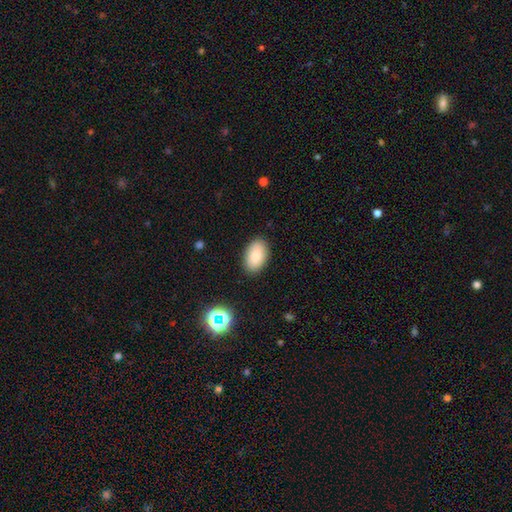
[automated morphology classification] Q: Smooth or featured?
A: smooth (82%); runner-up: featured or disk (10%)
Q: How rounded?
A: in between (92%); runner-up: round (7%)
Q: Merging?
A: none (87%); runner-up: minor disturbance (9%)